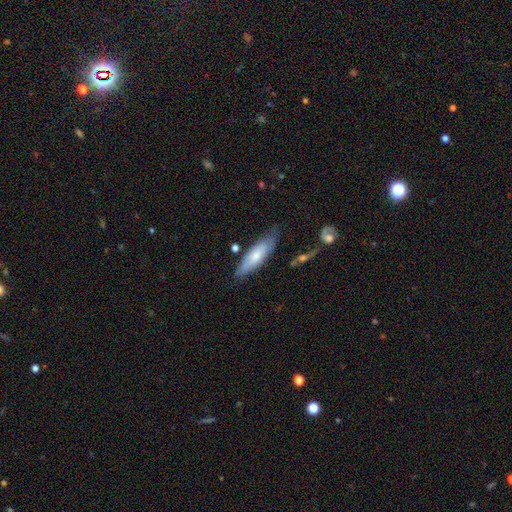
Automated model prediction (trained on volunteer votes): Q: Smooth or featured?
A: smooth (65%); runner-up: featured or disk (29%)
Q: How rounded?
A: cigar-shaped (52%); runner-up: in between (46%)
Q: Merging?
A: none (67%); runner-up: minor disturbance (23%)